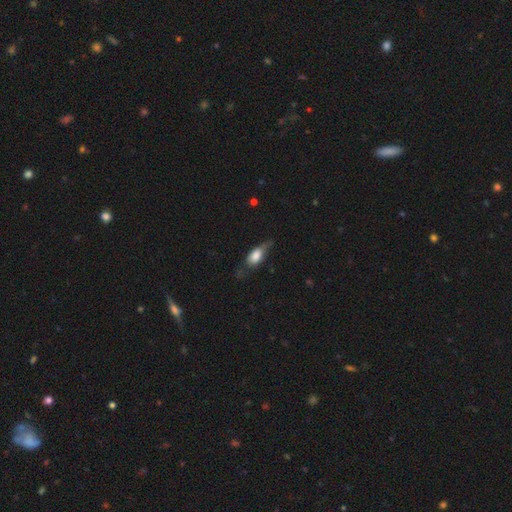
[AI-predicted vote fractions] This is likely a smooth galaxy (67%). How rounded: likely in between (79%). Merging: marginally none (39%).